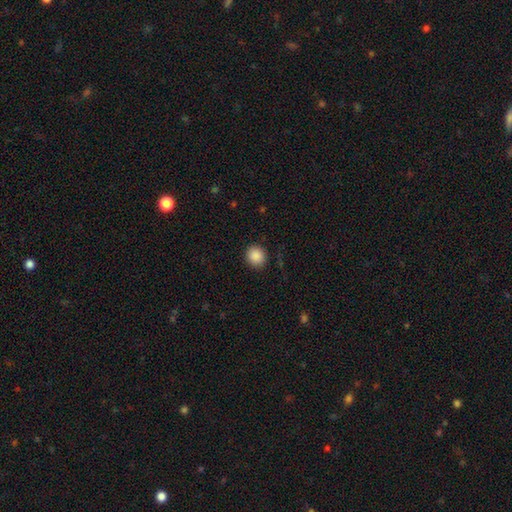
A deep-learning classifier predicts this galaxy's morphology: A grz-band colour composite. It shows a smooth galaxy with no disk features (88%) that is round (88%). Merging: none (90%).